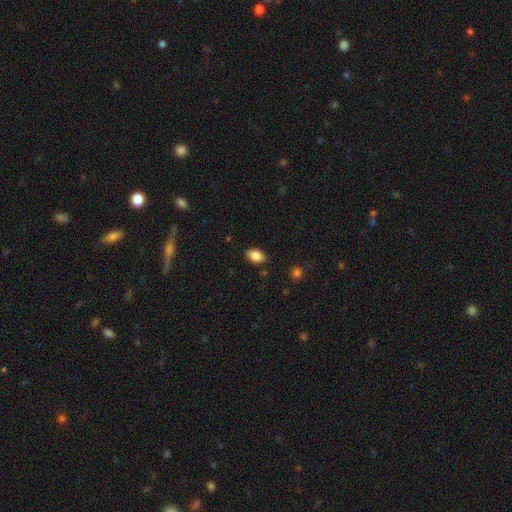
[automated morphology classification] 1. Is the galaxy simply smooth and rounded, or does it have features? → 86% smooth, 8% star or artifact, 5% featured or disk.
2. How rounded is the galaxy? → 87% in between, 12% round, 1% cigar-shaped.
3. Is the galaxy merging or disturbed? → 85% none, 11% minor disturbance, 2% major disturbance, 1% merger.